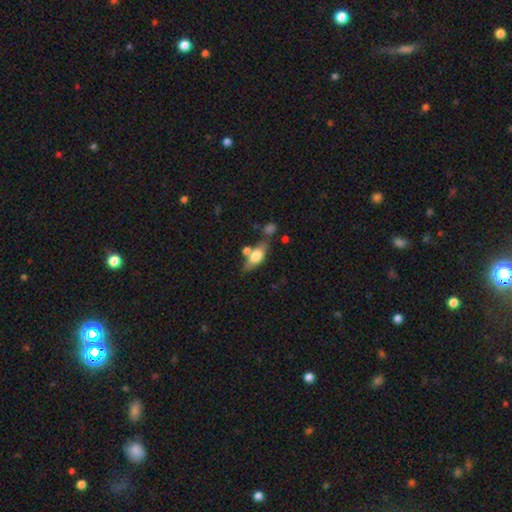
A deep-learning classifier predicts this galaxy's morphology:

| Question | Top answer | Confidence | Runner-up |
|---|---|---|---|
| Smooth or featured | smooth | 60% | featured or disk (33%) |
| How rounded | in between | 74% | cigar-shaped (20%) |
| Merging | none | 57% | merger (19%) |